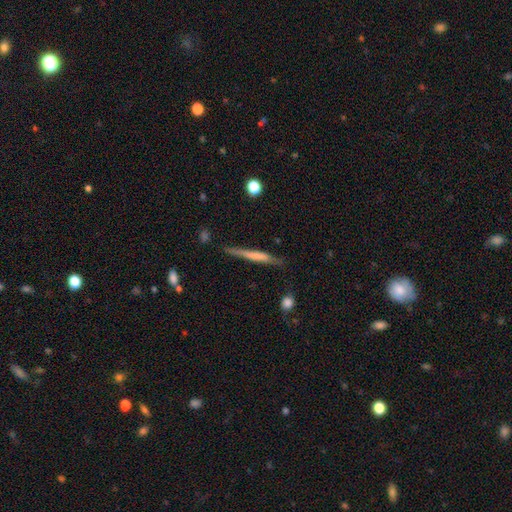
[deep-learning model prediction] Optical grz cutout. It shows a smooth galaxy with no disk features (49%). Merging: none (77%).